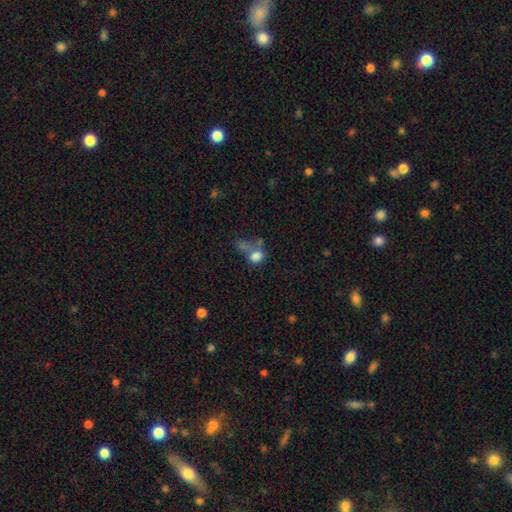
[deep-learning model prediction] This is likely a smooth galaxy (73%). How rounded: likely in between (61%). Merging: marginally merger (36%).